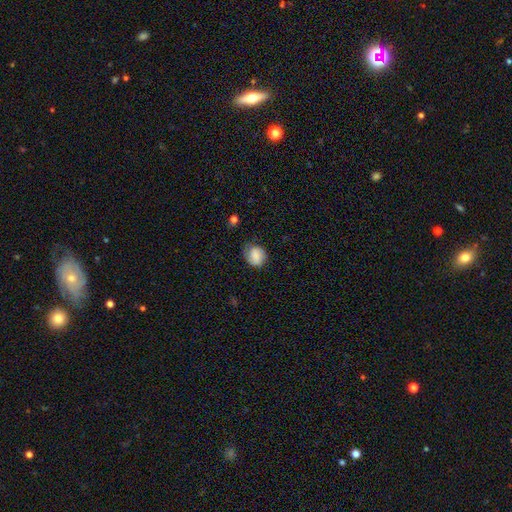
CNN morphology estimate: smooth 71%, featured or disk 21%, star or artifact 8%. Down the decision tree: how rounded — round (64%); merging — none (62%).